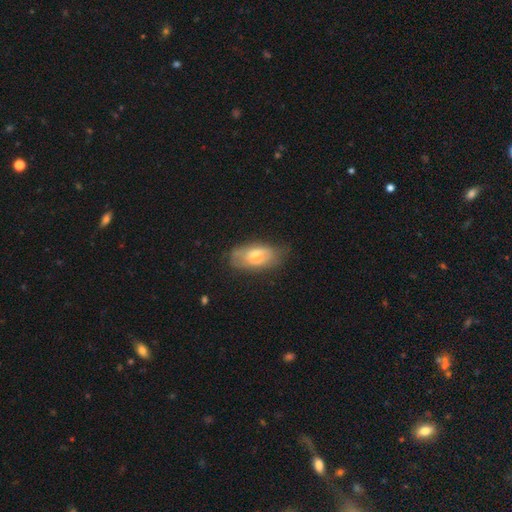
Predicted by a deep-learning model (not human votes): Morphology: type=smooth (50%); roundness=in between (90%); merging=none (61%).